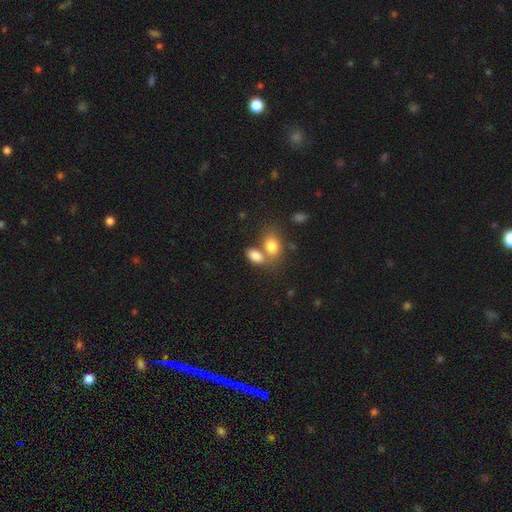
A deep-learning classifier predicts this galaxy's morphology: type=smooth (83%); roundness=in between (87%); merging=merger (47%).